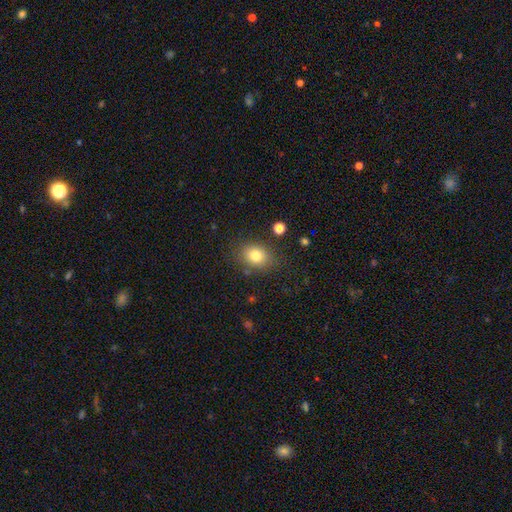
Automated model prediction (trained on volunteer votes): Smooth or featured?
  - smooth: 80% *
  - star or artifact: 11%
  - featured or disk: 9%
How rounded?
  - in between: 55% *
  - round: 44%
  - cigar-shaped: 1%
Merging?
  - none: 81% *
  - minor disturbance: 12%
  - major disturbance: 4%
  - merger: 3%